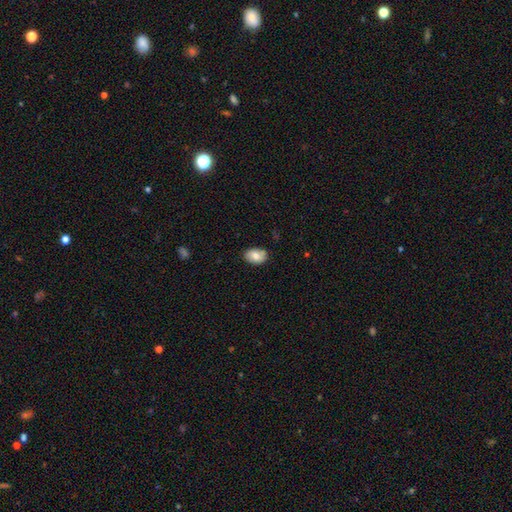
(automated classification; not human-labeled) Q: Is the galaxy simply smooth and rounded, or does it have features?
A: smooth — 78%.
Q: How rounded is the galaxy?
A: in between — 84%.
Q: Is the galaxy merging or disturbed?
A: none — 80%.